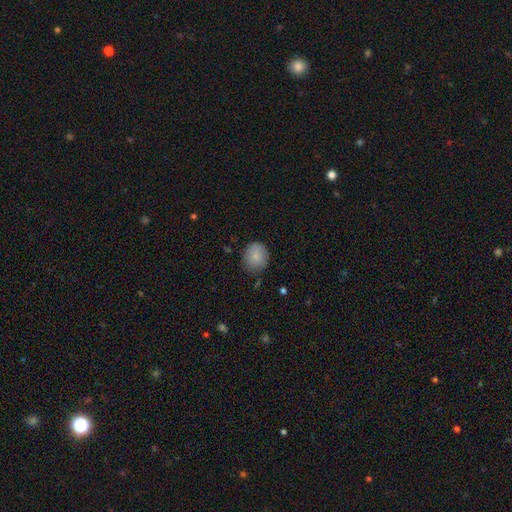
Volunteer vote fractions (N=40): smooth 80%, star or artifact 12%, featured or disk 8%. Down the decision tree: how rounded — round (69%); merging — none (71%).